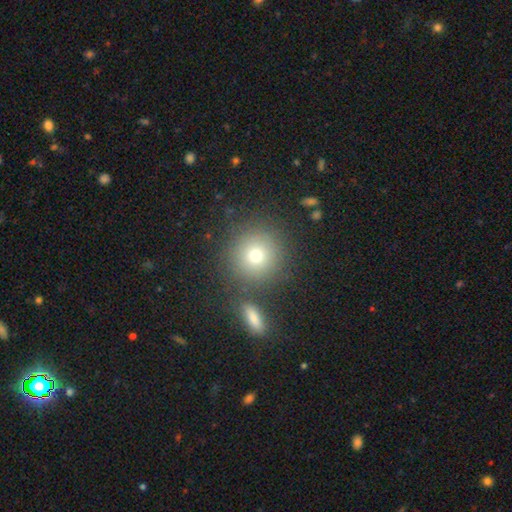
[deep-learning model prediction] smooth-or-featured: smooth: 73% | star or artifact: 15% | featured or disk: 12%
  how-rounded: round: 92% | in between: 7% | cigar-shaped: 1%
  merging: none: 81% | merger: 8% | minor disturbance: 8% | major disturbance: 3%